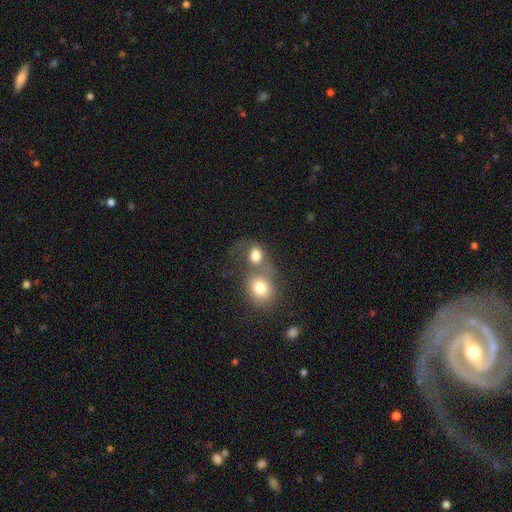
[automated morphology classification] A smooth galaxy with no disk features (76%) that is round (51%).

Vote fractions:
- Smooth or featured? smooth: 76% / featured or disk: 14% / star or artifact: 10%
- How rounded? round: 51% / in between: 48% / cigar-shaped: 1%
- Merging? merger: 58% / none: 24% / major disturbance: 10% / minor disturbance: 9%